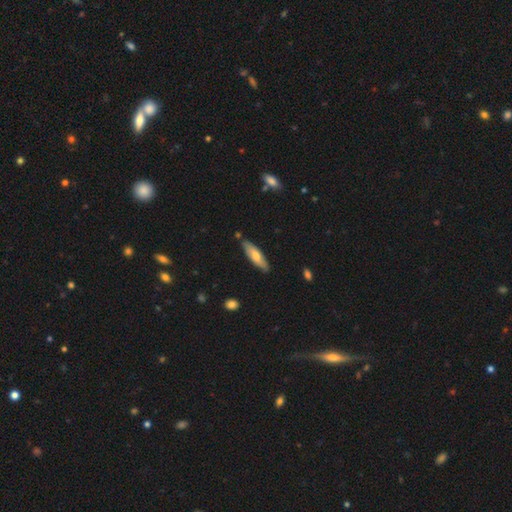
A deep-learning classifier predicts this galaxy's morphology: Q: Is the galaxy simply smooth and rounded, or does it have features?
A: smooth — 63%.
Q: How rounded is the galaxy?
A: cigar-shaped — 60%.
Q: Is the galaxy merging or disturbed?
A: none — 84%.